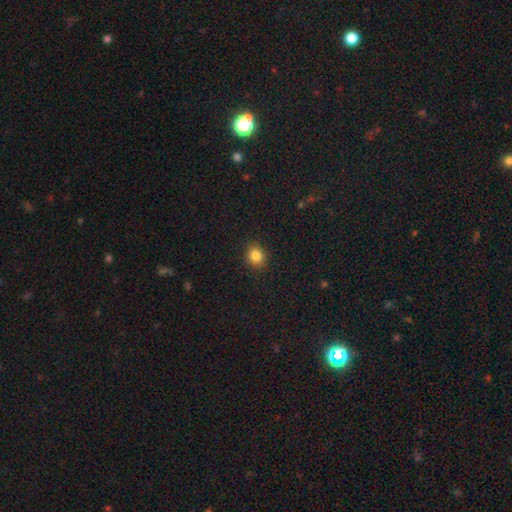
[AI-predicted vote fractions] Smooth or featured? smooth (84%)
How rounded? round (76%)
Merging? none (89%)